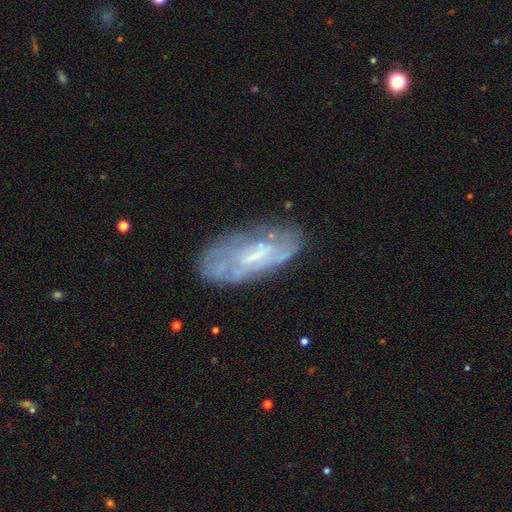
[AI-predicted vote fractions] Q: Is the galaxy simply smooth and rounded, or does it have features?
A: featured or disk — 66%.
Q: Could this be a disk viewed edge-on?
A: no — 88%.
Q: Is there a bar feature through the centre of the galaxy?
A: weak — 44%.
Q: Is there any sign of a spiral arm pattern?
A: yes — 59%.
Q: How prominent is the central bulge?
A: small — 48%.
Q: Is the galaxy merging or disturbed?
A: none — 67%.